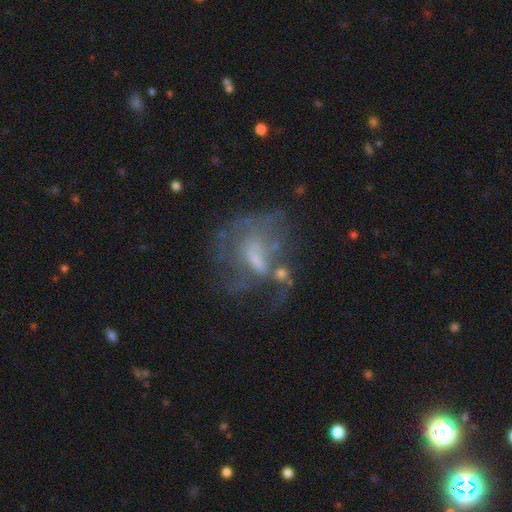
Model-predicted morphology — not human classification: smooth-or-featured: featured or disk: 64% | smooth: 22% | star or artifact: 14%
  disk-edge-on: no: 96% | yes: 4%
    bar: no: 49% | weak: 38% | strong: 13%
    has-spiral-arms: no: 56% | yes: 44%
    bulge-size: small: 33% | none: 31% | moderate: 28% | large: 5% | dominant: 2%
  merging: major disturbance: 40% | none: 31% | minor disturbance: 16% | merger: 13%